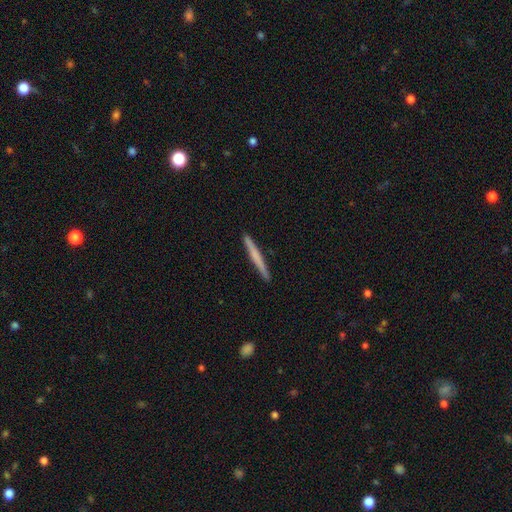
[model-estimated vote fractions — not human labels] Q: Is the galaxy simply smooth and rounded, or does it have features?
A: smooth — 55%.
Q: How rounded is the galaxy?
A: cigar-shaped — 97%.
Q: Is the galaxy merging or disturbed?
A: none — 92%.